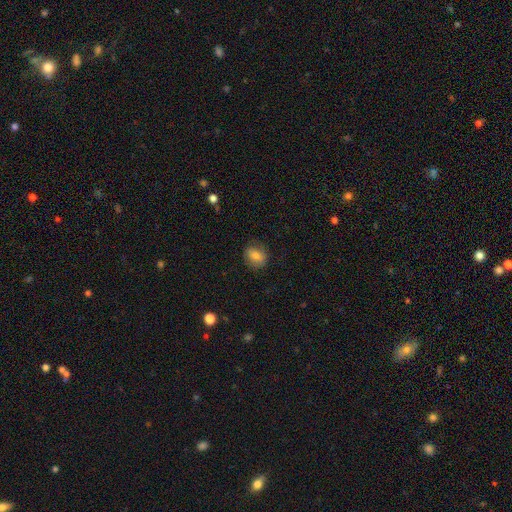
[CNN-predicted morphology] A smooth galaxy with no disk features (76%) that is round (60%).

Vote fractions:
- Smooth or featured? smooth: 76% / featured or disk: 15% / star or artifact: 10%
- How rounded? round: 60% / in between: 39% / cigar-shaped: 1%
- Merging? none: 80% / minor disturbance: 15% / major disturbance: 4% / merger: 1%